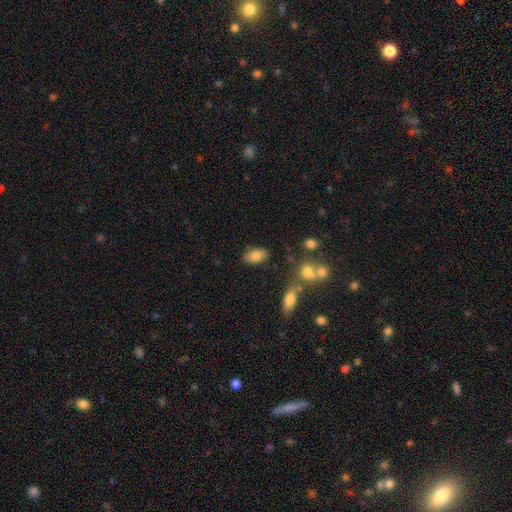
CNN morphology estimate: smooth 81%, featured or disk 11%, star or artifact 8%. Down the decision tree: how rounded — in between (91%); merging — none (78%).